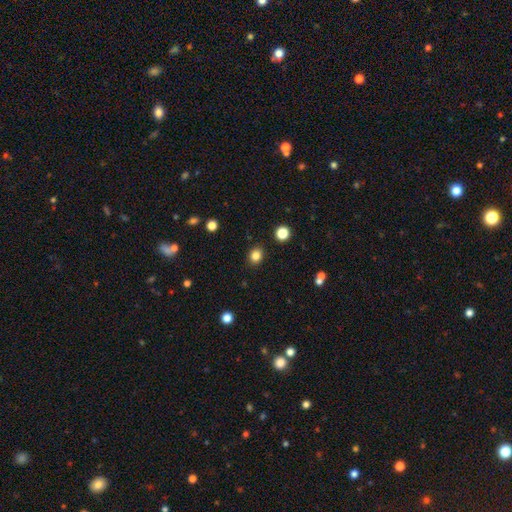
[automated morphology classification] Smooth or featured? Predicted: smooth (p=0.83). How rounded? Predicted: round (p=0.63). Merging? Predicted: none (p=0.90).